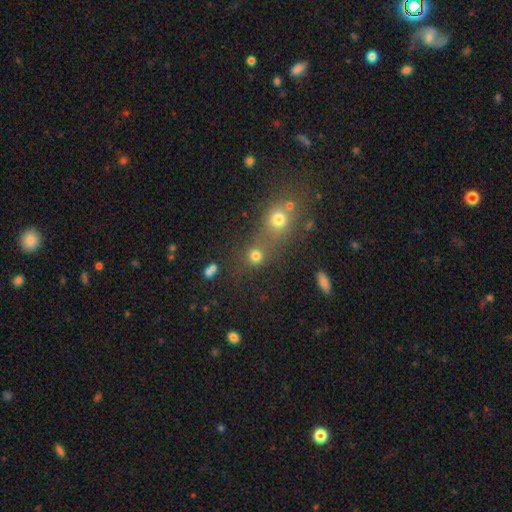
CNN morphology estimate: This appears to be a smooth galaxy with no disk features (75%) that is round (86%). Merging: none (53%).